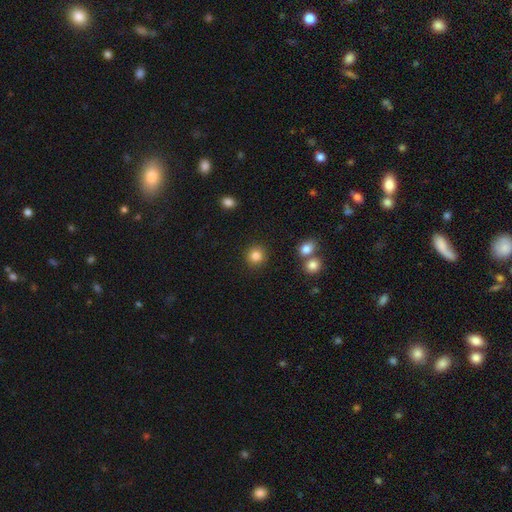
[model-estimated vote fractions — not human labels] Q: Smooth or featured?
A: smooth (84%); runner-up: star or artifact (11%)
Q: How rounded?
A: round (91%); runner-up: in between (8%)
Q: Merging?
A: none (89%); runner-up: minor disturbance (6%)